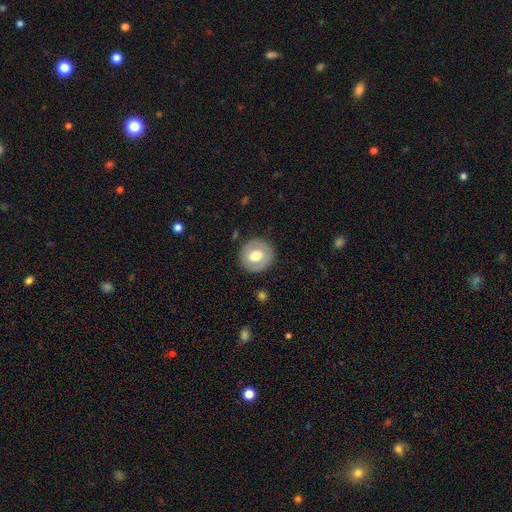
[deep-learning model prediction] Morphology: type=smooth (55%); roundness=round (89%); merging=none (86%).